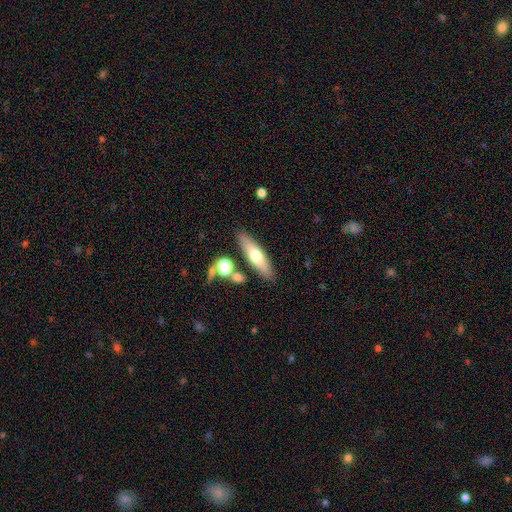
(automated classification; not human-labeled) A smooth galaxy with no disk features (57%) that is cigar-shaped (65%).

Vote fractions:
- Smooth or featured? smooth: 57% / featured or disk: 36% / star or artifact: 7%
- How rounded? cigar-shaped: 65% / in between: 33% / round: 3%
- Merging? none: 84% / minor disturbance: 9% / merger: 5% / major disturbance: 2%